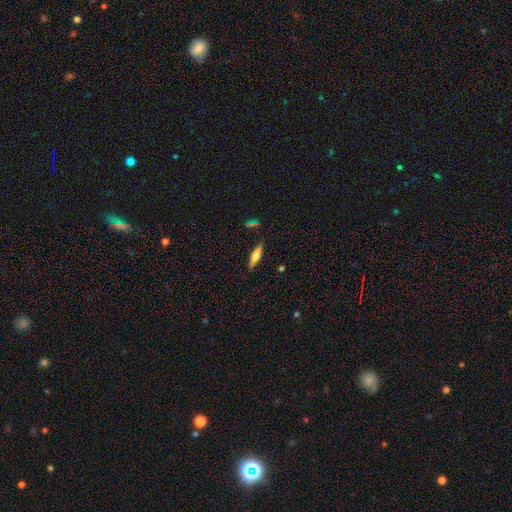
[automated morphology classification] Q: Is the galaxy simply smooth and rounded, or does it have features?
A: smooth — 56%.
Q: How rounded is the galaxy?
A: cigar-shaped — 66%.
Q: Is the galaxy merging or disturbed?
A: none — 86%.